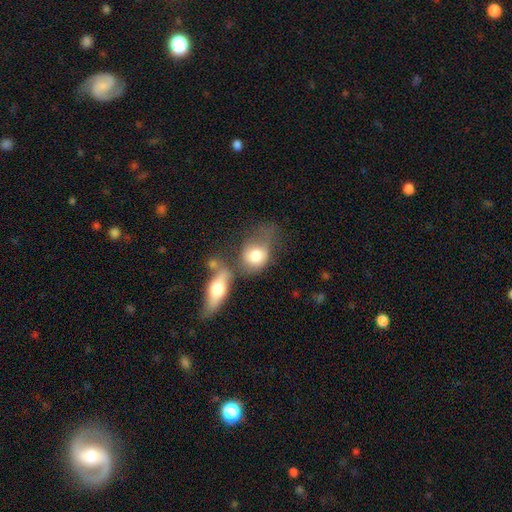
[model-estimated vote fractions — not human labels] Smooth or featured? Predicted: smooth (p=0.74). How rounded? Predicted: in between (p=0.52). Merging? Predicted: merger (p=0.36).